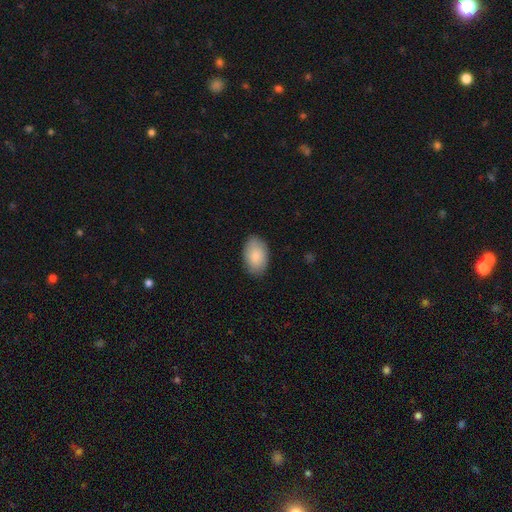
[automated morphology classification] The model was most divided on "merging": none: 85%, minor disturbance: 11%, major disturbance: 3%, merger: 1%. More confident: how rounded — in between (92%); smooth or featured — smooth (87%).